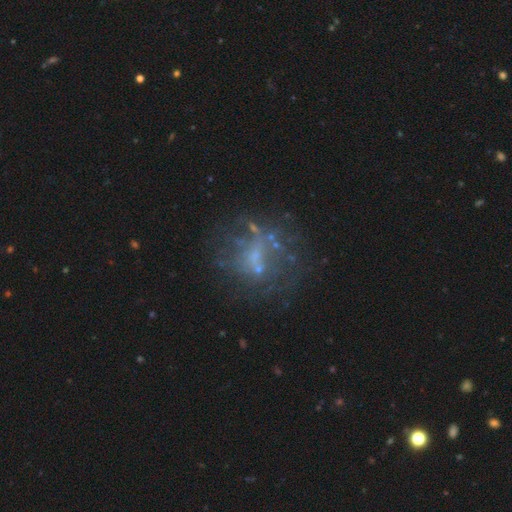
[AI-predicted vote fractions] Q: Smooth or featured?
A: featured or disk (55%); runner-up: star or artifact (24%)
Q: Edge-on disk?
A: no (97%); runner-up: yes (3%)
Q: Bar?
A: no (82%); runner-up: weak (13%)
Q: Spiral arms?
A: no (87%); runner-up: yes (13%)
Q: Bulge size?
A: none (51%); runner-up: small (35%)
Q: Merging?
A: none (57%); runner-up: major disturbance (21%)